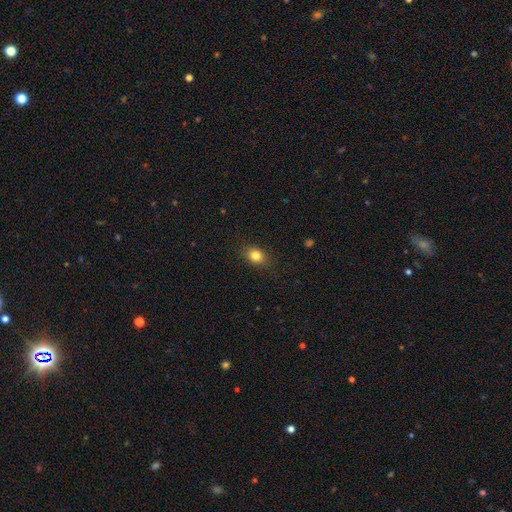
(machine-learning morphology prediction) Smooth or featured?
  - smooth: 82% *
  - star or artifact: 11%
  - featured or disk: 7%
How rounded?
  - in between: 58% *
  - round: 40%
  - cigar-shaped: 2%
Merging?
  - none: 86% *
  - minor disturbance: 10%
  - major disturbance: 3%
  - merger: 1%